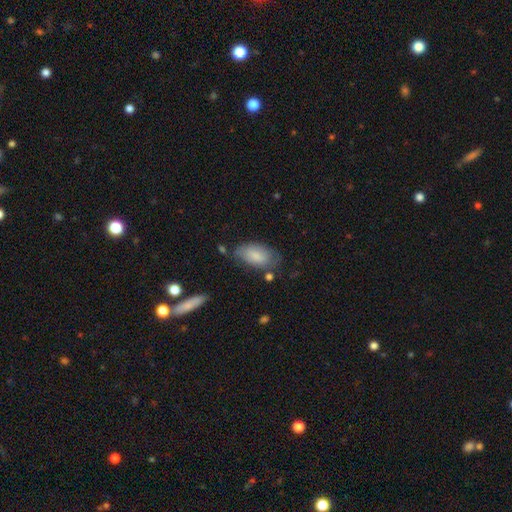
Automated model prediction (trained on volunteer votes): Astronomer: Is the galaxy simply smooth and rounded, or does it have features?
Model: smooth — 79%.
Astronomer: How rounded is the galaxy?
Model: in between — 93%.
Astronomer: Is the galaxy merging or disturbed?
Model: none — 60%.